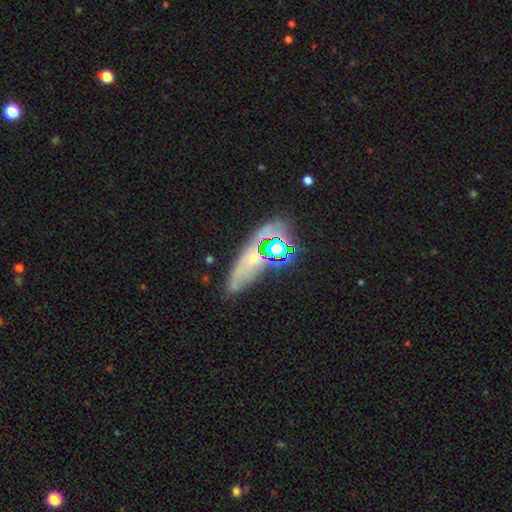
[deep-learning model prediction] smooth-or-featured: star or artifact: 36% | featured or disk: 34% | smooth: 30%